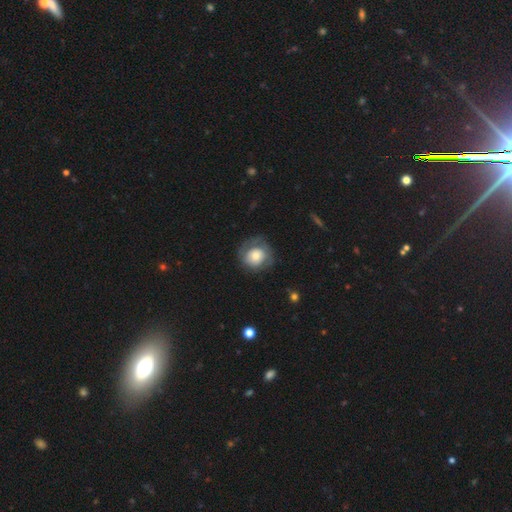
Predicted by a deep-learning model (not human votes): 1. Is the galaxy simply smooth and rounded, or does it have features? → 57% smooth, 35% featured or disk, 7% star or artifact.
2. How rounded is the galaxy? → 84% round, 15% in between, 1% cigar-shaped.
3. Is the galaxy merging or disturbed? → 61% none, 22% minor disturbance, 15% major disturbance, 2% merger.